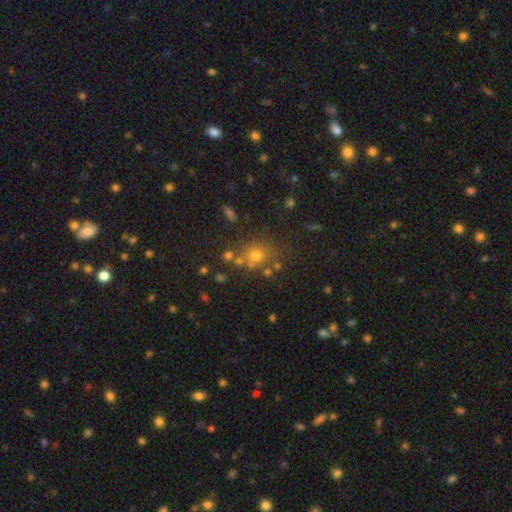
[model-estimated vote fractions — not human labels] Overall: smooth (61%; star or artifact 25%). How rounded: round (74%). Merging: none (67%).